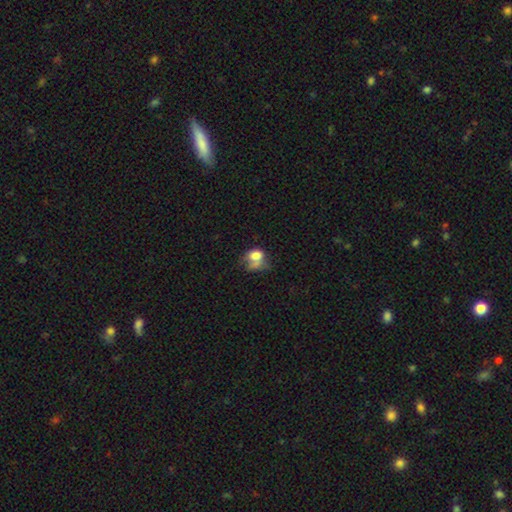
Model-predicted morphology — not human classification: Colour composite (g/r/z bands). It shows a smooth galaxy with no disk features (69%) that is in between round and cigar-shaped (55%). Merging: major disturbance (29%).